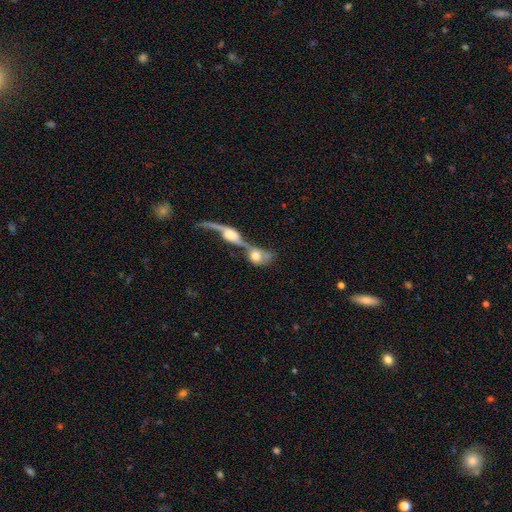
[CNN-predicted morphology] type=smooth (46%); merging=merger (75%).